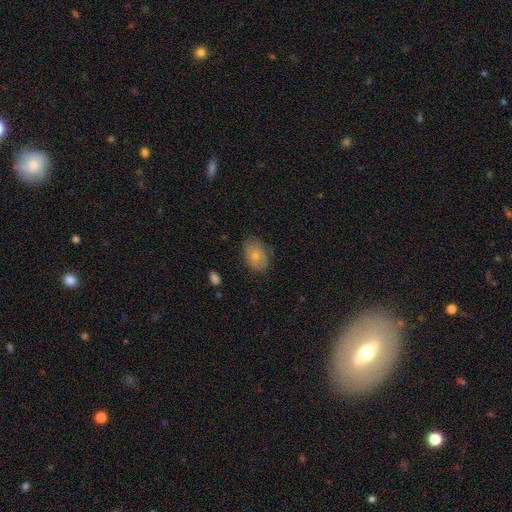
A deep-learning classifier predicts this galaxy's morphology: Smooth or featured? Predicted: smooth (p=0.70). How rounded? Predicted: in between (p=0.80). Merging? Predicted: none (p=0.68).